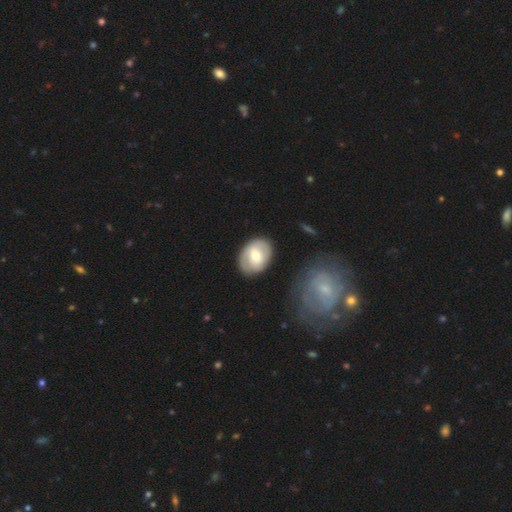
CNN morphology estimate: A featured or disk galaxy (47%).

Vote fractions:
- Smooth or featured? featured or disk: 47% / smooth: 46% / star or artifact: 6%
- Merging? none: 78% / minor disturbance: 15% / major disturbance: 4% / merger: 3%